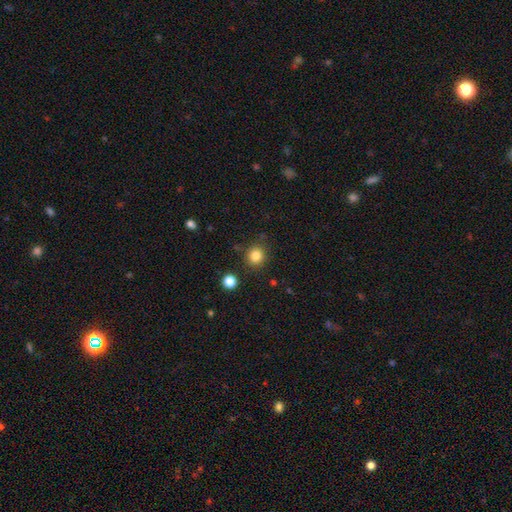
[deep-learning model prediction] smooth_or_featured: smooth (p=0.83) [alt: star or artifact p=0.12]
how_rounded: round (p=0.87) [alt: in between p=0.12]
merging: none (p=0.86) [alt: minor disturbance p=0.08]